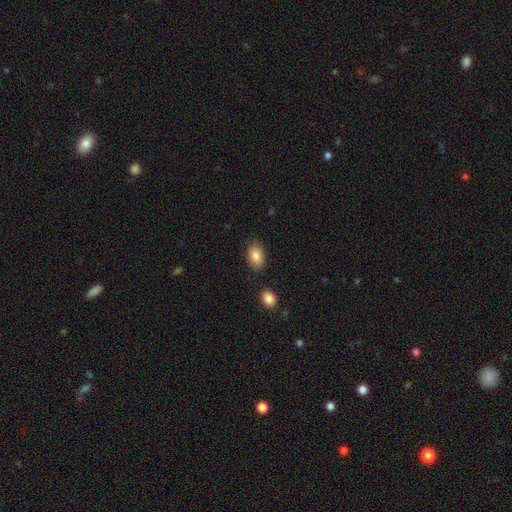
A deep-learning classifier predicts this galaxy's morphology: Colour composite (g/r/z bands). It shows a smooth galaxy with no disk features (87%) that is in between round and cigar-shaped (86%). Merging: none (83%).